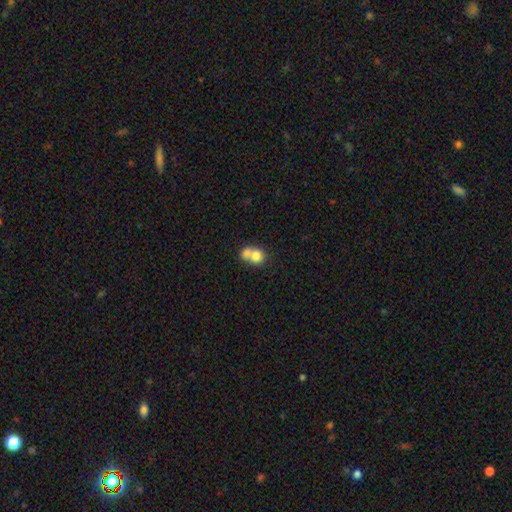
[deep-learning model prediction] Smooth or featured? smooth (75%)
How rounded? round (69%)
Merging? merger (66%)